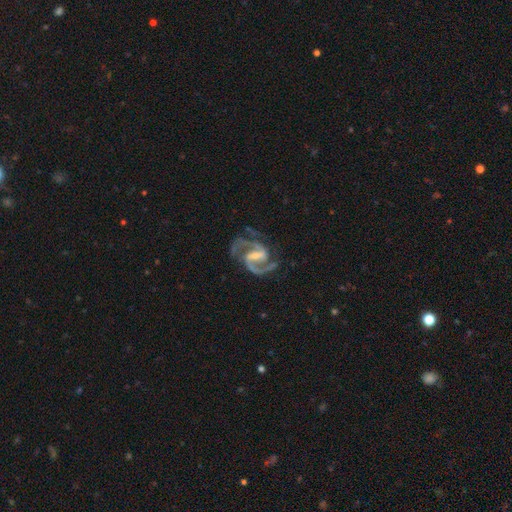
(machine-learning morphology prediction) Q: Smooth or featured?
A: featured or disk (93%); runner-up: star or artifact (4%)
Q: Edge-on disk?
A: no (98%); runner-up: yes (2%)
Q: Bar?
A: strong (47%); runner-up: weak (43%)
Q: Spiral arms?
A: yes (98%); runner-up: no (2%)
Q: Spiral winding?
A: medium (66%); runner-up: tight (18%)
Q: Spiral arm count?
A: 2 (91%); runner-up: 3 (4%)
Q: Bulge size?
A: small (43%); runner-up: moderate (31%)
Q: Merging?
A: none (70%); runner-up: minor disturbance (17%)